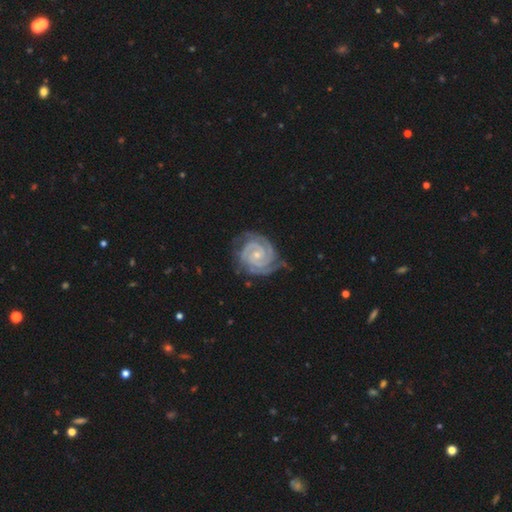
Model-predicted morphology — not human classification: This appears to be a featured or disk galaxy (93%) with no bar (63%), 2 (57%) tight (82%) spiral arms (99%) and a small central bulge (71%). Merging: none (74%).